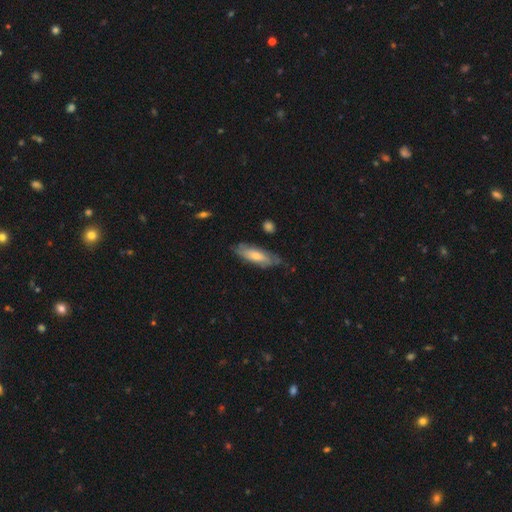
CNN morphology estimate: type=smooth (58%); roundness=in between (56%); merging=none (67%).